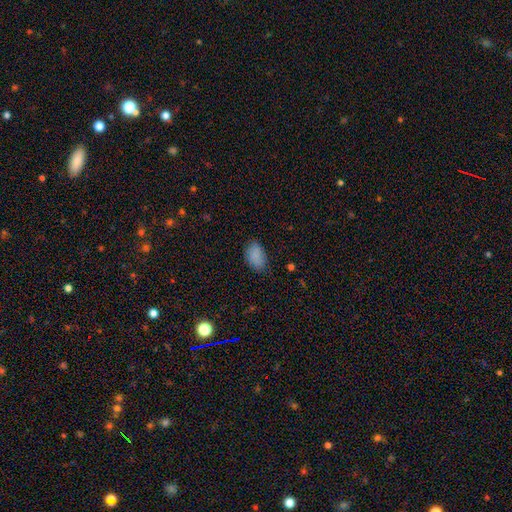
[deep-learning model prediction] A smooth galaxy with no disk features (84%) that is in between round and cigar-shaped (89%).

Vote fractions:
- Smooth or featured? smooth: 84% / star or artifact: 9% / featured or disk: 7%
- How rounded? in between: 89% / round: 10% / cigar-shaped: 1%
- Merging? none: 75% / minor disturbance: 19% / major disturbance: 4% / merger: 1%